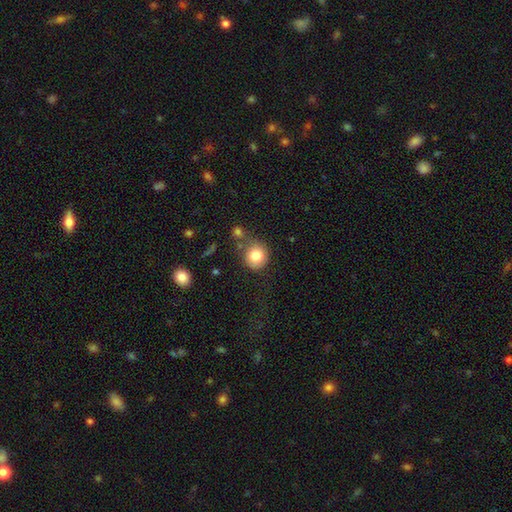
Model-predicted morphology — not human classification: smooth-or-featured: smooth: 83% | star or artifact: 9% | featured or disk: 8%
  how-rounded: round: 86% | in between: 13% | cigar-shaped: 1%
  merging: none: 67% | minor disturbance: 16% | merger: 11% | major disturbance: 6%